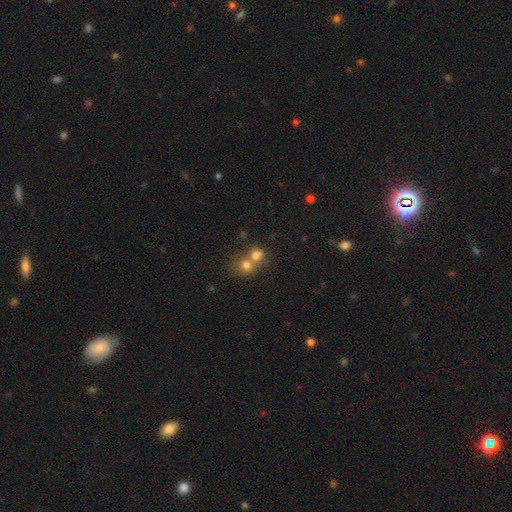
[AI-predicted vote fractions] smooth 72%, featured or disk 15%, star or artifact 13%. Down the decision tree: how rounded — round (73%); merging — merger (64%).